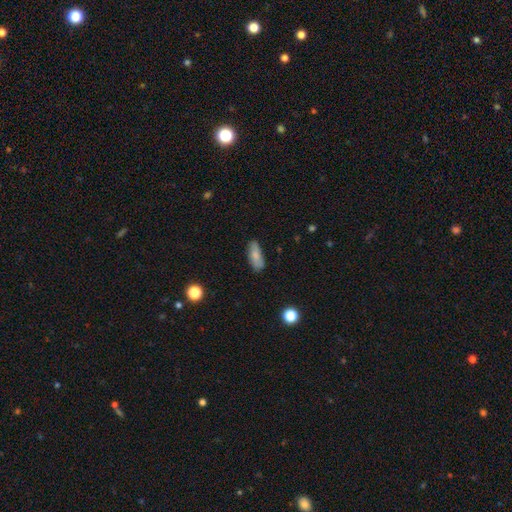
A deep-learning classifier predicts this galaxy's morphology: smooth 78%, featured or disk 15%, star or artifact 7%. Down the decision tree: how rounded — in between (76%); merging — none (75%).